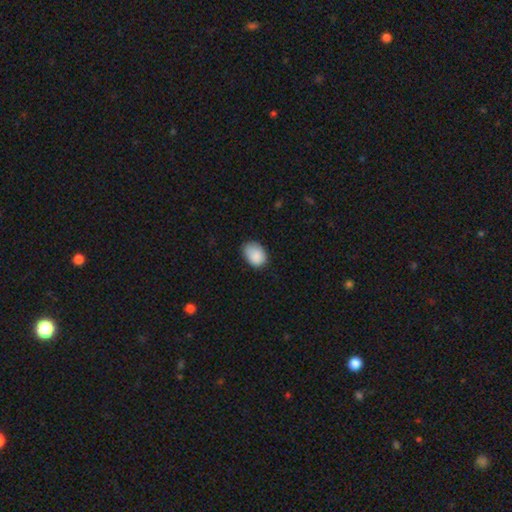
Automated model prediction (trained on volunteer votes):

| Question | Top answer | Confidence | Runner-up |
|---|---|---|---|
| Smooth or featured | smooth | 87% | star or artifact (8%) |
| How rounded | in between | 72% | round (27%) |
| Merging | none | 63% | minor disturbance (30%) |